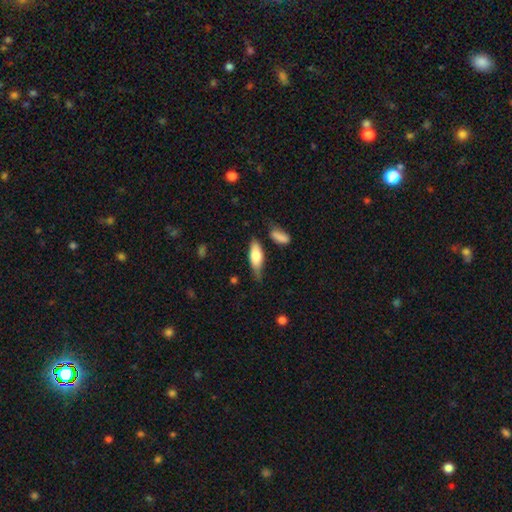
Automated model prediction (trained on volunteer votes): Morphology: type=smooth (74%); roundness=in between (68%); merging=none (51%).